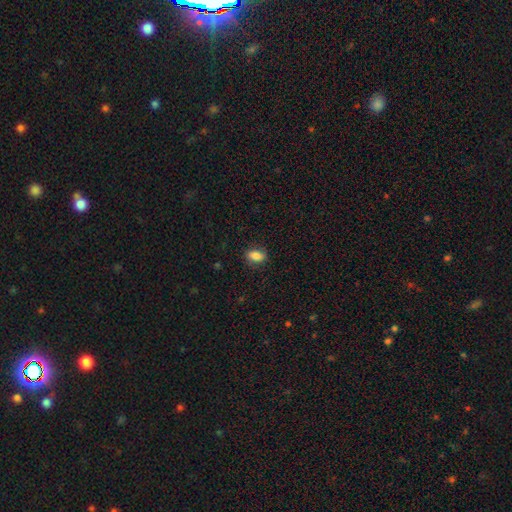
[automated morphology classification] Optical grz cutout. It shows a smooth galaxy with no disk features (82%) that is in between round and cigar-shaped (83%). Merging: none (83%).